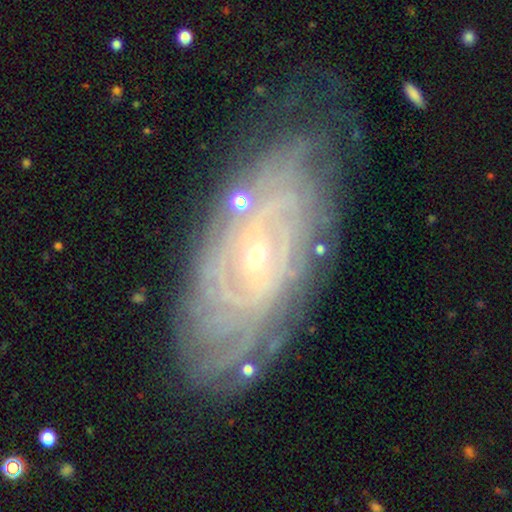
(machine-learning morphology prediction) Overall: featured or disk (86%). Edge-on disk: no (93%). Bar: no (53%; weak 34%). Spiral arms: yes (95%). Spiral arm count: can't tell (45%; more than 4 18%). Spiral winding: tight (83%). Bulge size: small (76%). Merging: none (77%).